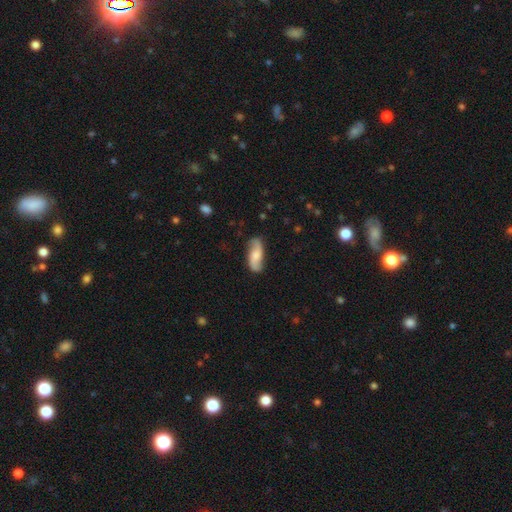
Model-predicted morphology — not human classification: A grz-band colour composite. It shows a featured or disk galaxy (62%) with no bar (60%), 2 (92%) loose (67%) spiral arms (93%) and a moderate central bulge (45%). Merging: none (81%).